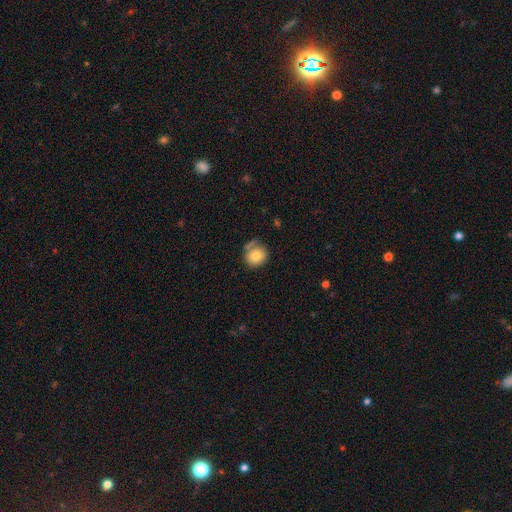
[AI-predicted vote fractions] smooth-or-featured: smooth: 81% | featured or disk: 11% | star or artifact: 8%
  how-rounded: round: 82% | in between: 17% | cigar-shaped: 1%
  merging: none: 62% | minor disturbance: 19% | merger: 12% | major disturbance: 7%